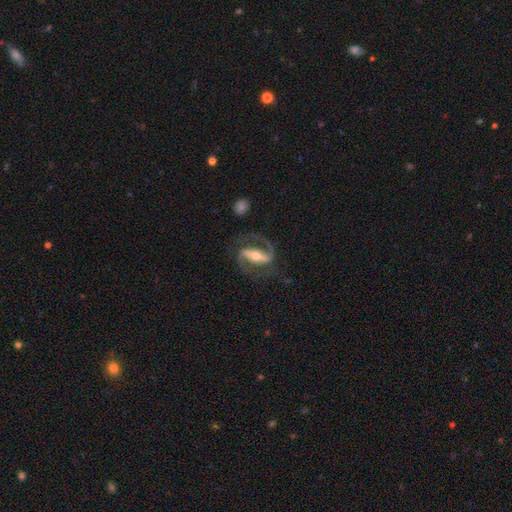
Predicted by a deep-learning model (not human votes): Morphology: type=featured or disk (90%); edge-on=no (95%); bar=strong (72%); spiral arms=yes (96%); winding=medium (56%); arm count=2 (91%); bulge=moderate (57%); merging=none (77%).